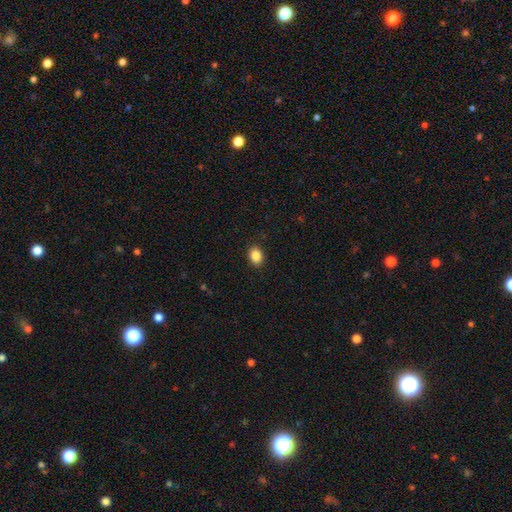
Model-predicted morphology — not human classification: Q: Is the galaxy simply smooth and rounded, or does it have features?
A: smooth — 88%.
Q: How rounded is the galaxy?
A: in between — 67%.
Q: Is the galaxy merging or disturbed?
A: none — 90%.